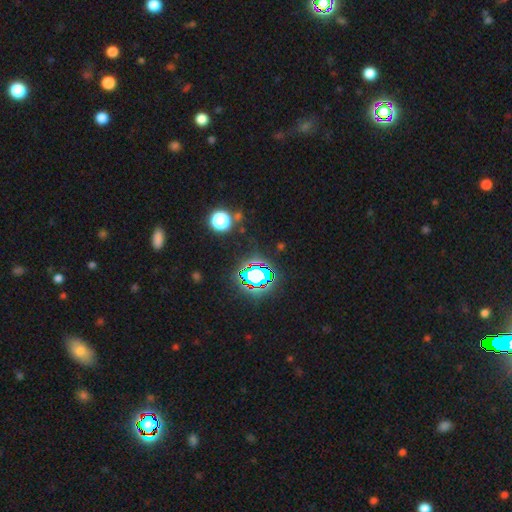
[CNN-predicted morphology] Smooth or featured? star or artifact (79%)